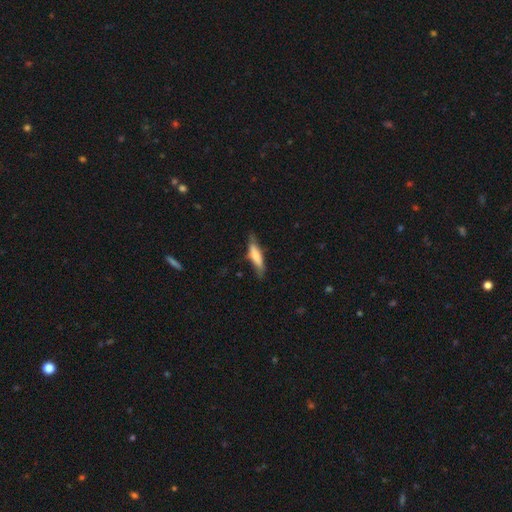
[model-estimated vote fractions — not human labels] Q: Smooth or featured?
A: smooth (65%); runner-up: featured or disk (29%)
Q: How rounded?
A: cigar-shaped (69%); runner-up: in between (29%)
Q: Merging?
A: none (68%); runner-up: minor disturbance (24%)